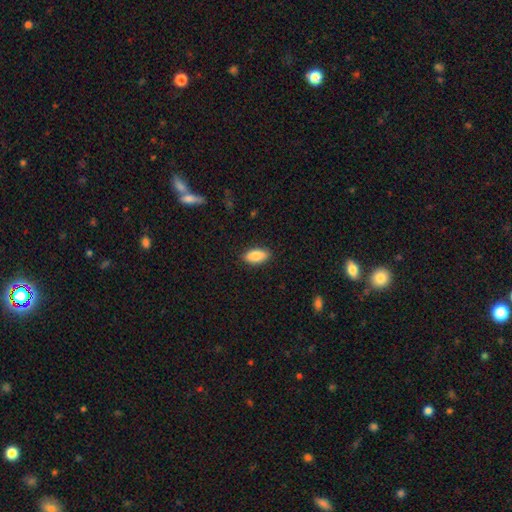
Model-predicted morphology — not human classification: This appears to be a smooth galaxy with no disk features (87%) that is in between round and cigar-shaped (88%). Merging: none (88%).